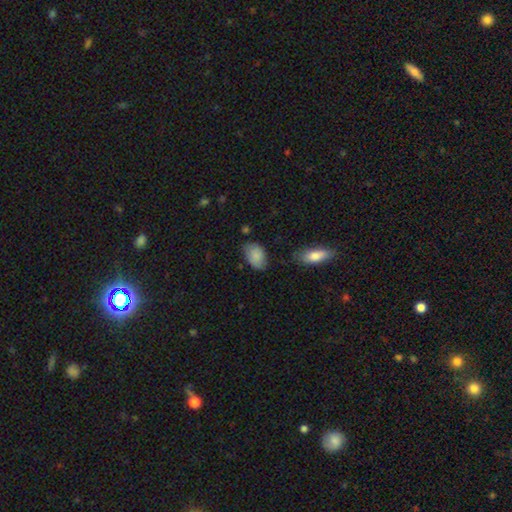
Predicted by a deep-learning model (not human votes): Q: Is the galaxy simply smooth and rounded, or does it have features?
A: smooth — 85%.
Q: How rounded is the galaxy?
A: in between — 90%.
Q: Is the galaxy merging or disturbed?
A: none — 69%.